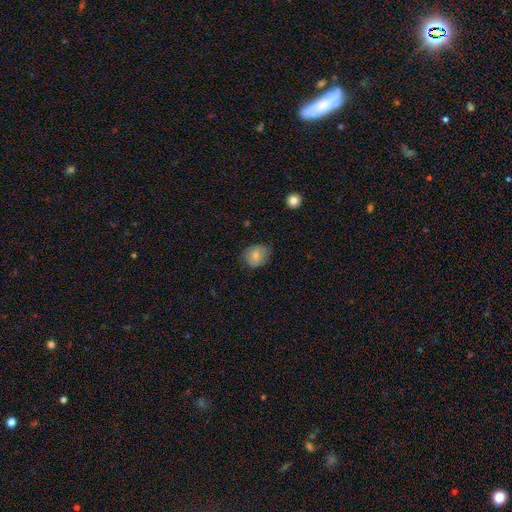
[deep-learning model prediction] A smooth galaxy with no disk features (77%) that is round (50%). Merging: none (70%).